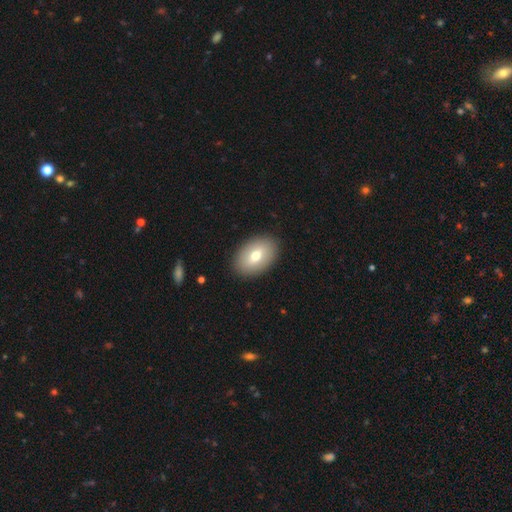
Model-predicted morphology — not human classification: A smooth galaxy with no disk features (72%) that is in between round and cigar-shaped (88%). Merging: none (89%).